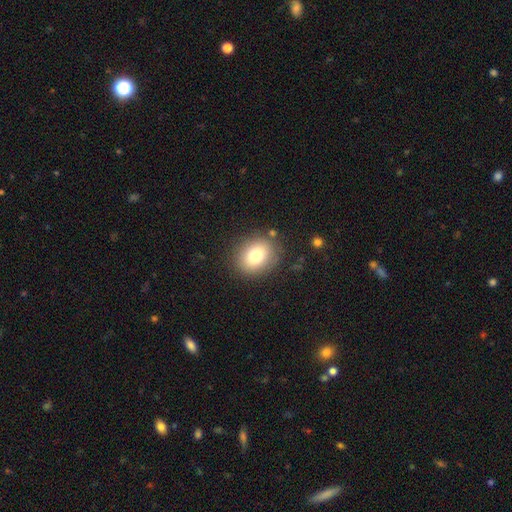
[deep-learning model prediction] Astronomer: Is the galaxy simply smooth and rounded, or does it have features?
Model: smooth — 78%.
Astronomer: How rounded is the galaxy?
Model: round — 53% (runner-up: in between, 46%).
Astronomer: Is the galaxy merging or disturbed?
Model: none — 84%.